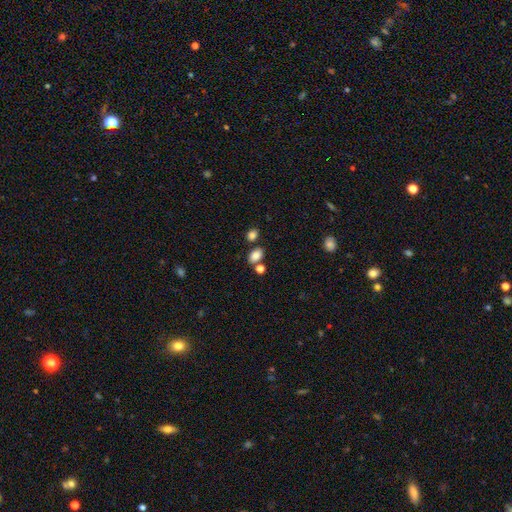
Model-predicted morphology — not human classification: The model was most divided on "merging": none: 71%, merger: 15%, minor disturbance: 11%, major disturbance: 3%. More confident: smooth or featured — smooth (83%); how rounded — in between (80%).